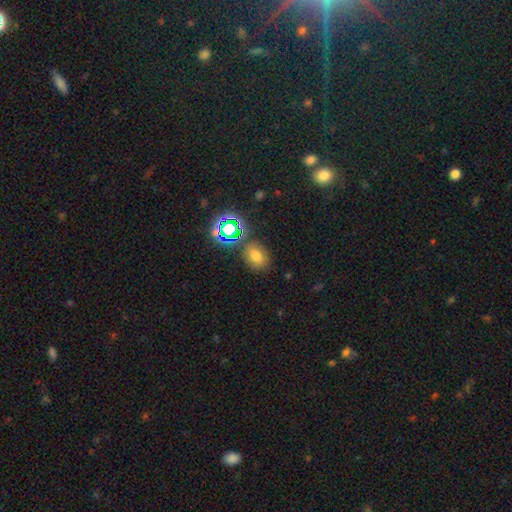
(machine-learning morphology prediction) Overall: smooth (67%). How rounded: in between (64%; round 35%). Merging: none (78%).